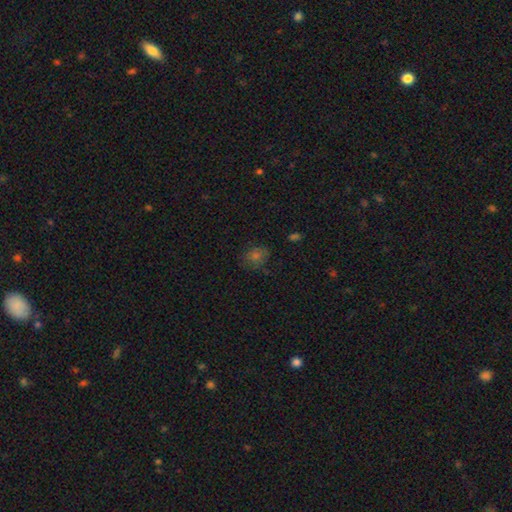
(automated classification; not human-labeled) This is likely a smooth galaxy (66%). How rounded: likely round (64%). Merging: likely none (75%).